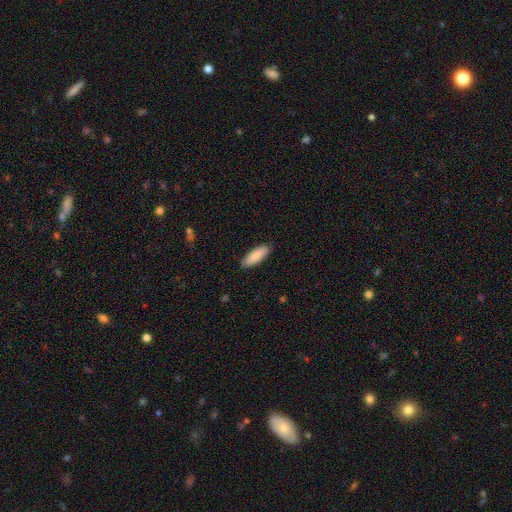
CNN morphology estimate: A smooth galaxy with no disk features (87%) that is in between round and cigar-shaped (60%). Merging: none (87%).